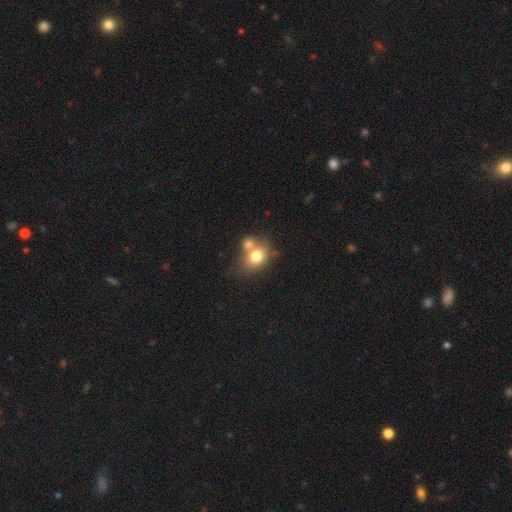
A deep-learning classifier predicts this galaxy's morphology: type=smooth (74%); roundness=in between (51%); merging=merger (47%).